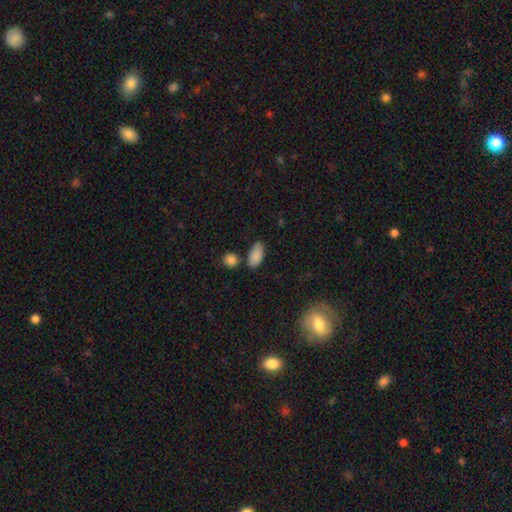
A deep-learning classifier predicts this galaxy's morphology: The model was most divided on "merging": none: 71%, minor disturbance: 16%, merger: 9%, major disturbance: 4%. More confident: how rounded — in between (91%); smooth or featured — smooth (87%).